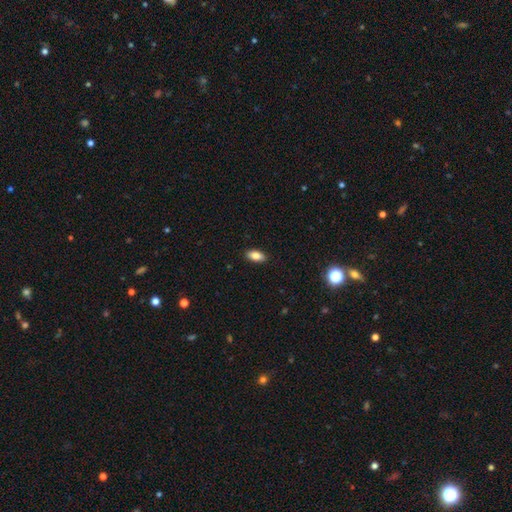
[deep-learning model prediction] This appears to be a smooth galaxy with no disk features (83%) that is in between round and cigar-shaped (89%). Merging: none (89%).